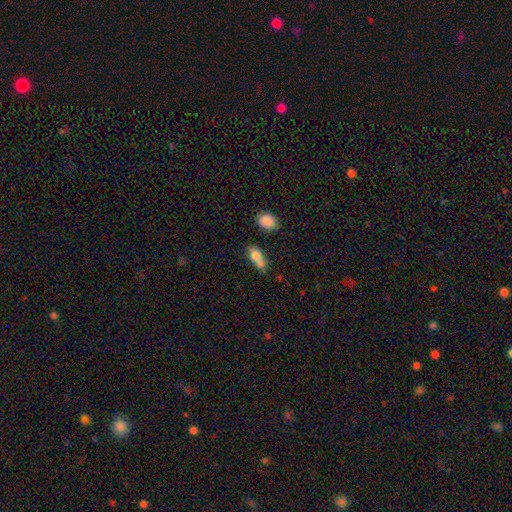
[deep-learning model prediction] A smooth galaxy with no disk features (74%) that is in between round and cigar-shaped (68%). Merging: merger (50%).